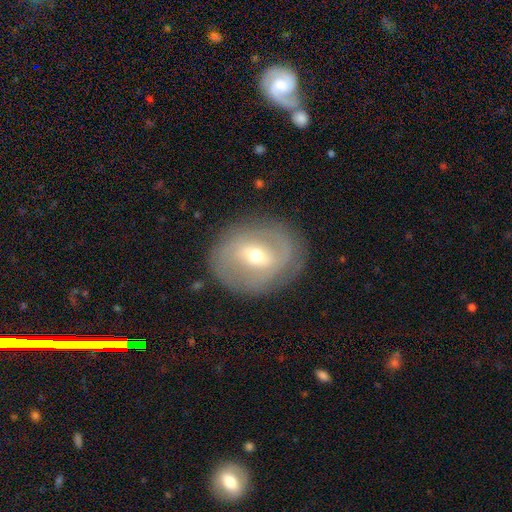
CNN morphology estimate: This is likely a featured or disk galaxy (70%). It is clearly not viewed edge-on (95%). Bar: possibly weak (47%). Spiral arm pattern: likely yes (69%). Central bulge: possibly moderate (56%). Merging: clearly none (80%).